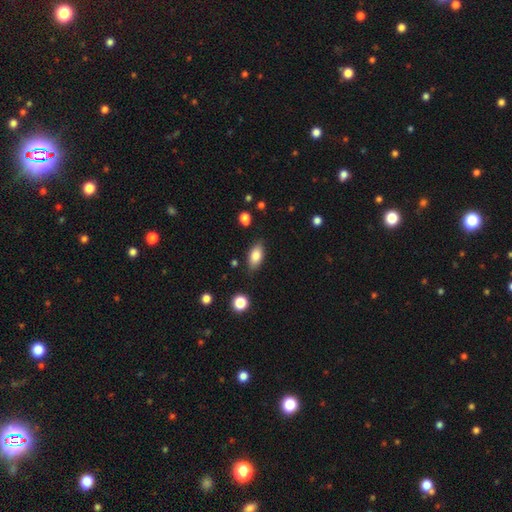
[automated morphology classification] A smooth galaxy with no disk features (81%) that is in between round and cigar-shaped (88%). Merging: none (82%).